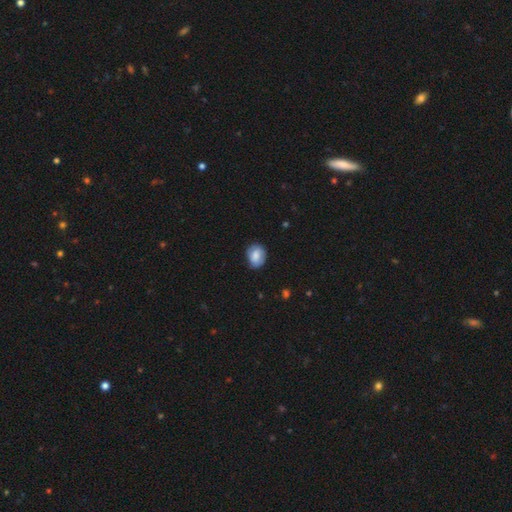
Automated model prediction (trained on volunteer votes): Smooth or featured: smooth — 77% (featured or disk — 15%)
How rounded: in between — 56% (round — 43%)
Merging: none — 74% (minor disturbance — 21%)